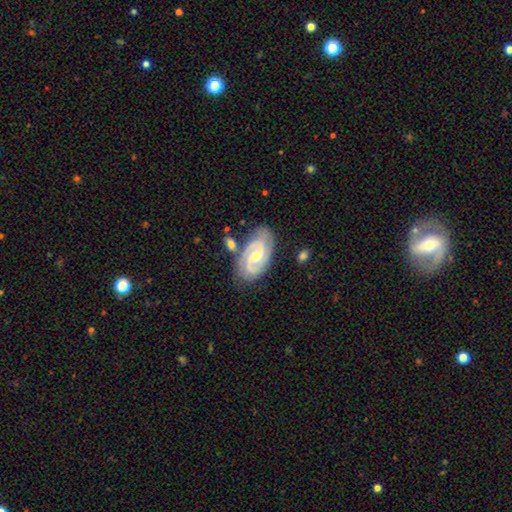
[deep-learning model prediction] Smooth or featured? featured or disk (88%)
Edge-on disk? no (97%)
Bar? weak (46%)
Spiral arms? yes (98%)
Spiral winding? tight (53%)
Spiral arm count? 2 (82%)
Bulge size? small (50%)
Merging? none (74%)